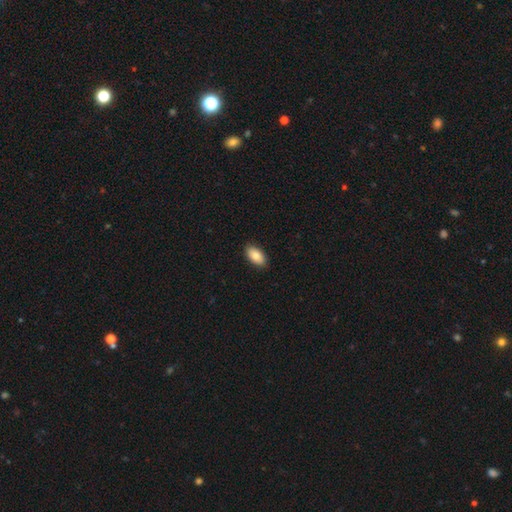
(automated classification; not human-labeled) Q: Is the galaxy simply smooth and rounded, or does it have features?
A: smooth — 83%.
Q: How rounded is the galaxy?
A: in between — 94%.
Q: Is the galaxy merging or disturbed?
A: none — 89%.